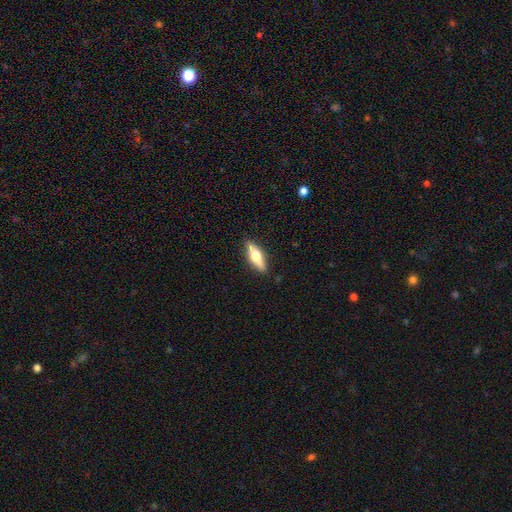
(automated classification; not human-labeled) Smooth or featured? Predicted: featured or disk (p=0.55). Edge-on disk? Predicted: yes (p=0.94). Edge-on bulge? Predicted: rounded (p=0.94). Merging? Predicted: none (p=0.89).